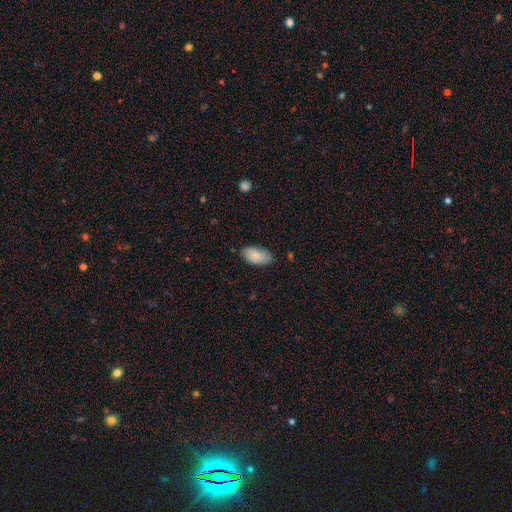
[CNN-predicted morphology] The model was most divided on "merging": none: 73%, minor disturbance: 22%, major disturbance: 3%, merger: 1%. More confident: how rounded — in between (95%); smooth or featured — smooth (83%).